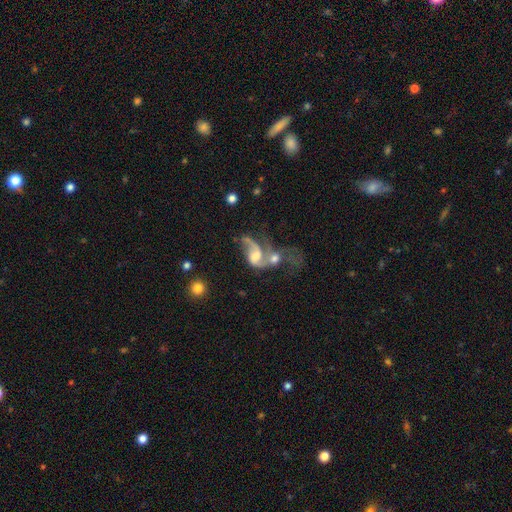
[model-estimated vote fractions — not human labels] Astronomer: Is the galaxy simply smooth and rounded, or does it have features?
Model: featured or disk — 76%.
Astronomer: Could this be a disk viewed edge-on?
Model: no — 97%.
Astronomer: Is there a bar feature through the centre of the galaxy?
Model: no — 49% (runner-up: weak, 40%).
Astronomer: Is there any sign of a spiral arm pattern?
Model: yes — 87%.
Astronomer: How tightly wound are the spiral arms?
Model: loose — 68%.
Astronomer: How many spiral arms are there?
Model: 2 — 73%.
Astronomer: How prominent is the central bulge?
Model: moderate — 48% (runner-up: small, 25%).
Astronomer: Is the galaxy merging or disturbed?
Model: merger — 70%.